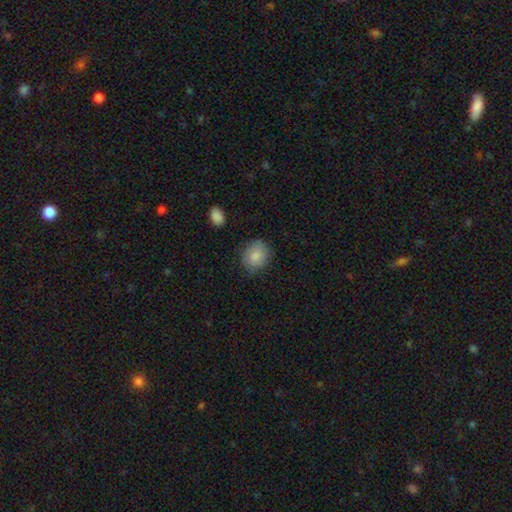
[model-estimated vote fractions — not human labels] Overall: smooth (86%). How rounded: round (66%; in between 33%). Merging: none (79%).